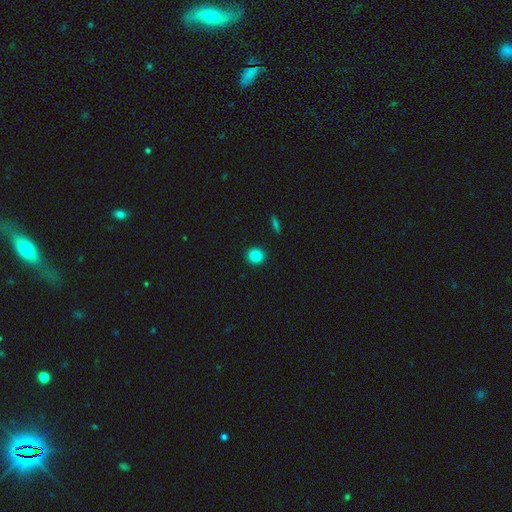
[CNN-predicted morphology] Smooth or featured? smooth (85%)
How rounded? round (88%)
Merging? none (92%)